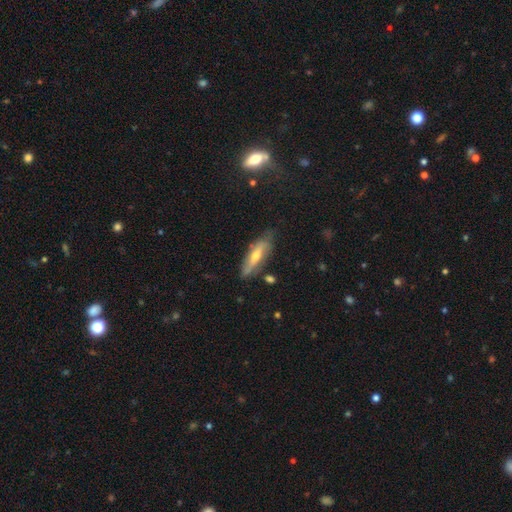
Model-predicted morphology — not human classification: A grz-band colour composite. It shows a featured or disk galaxy (56%) viewed edge-on (66%). Merging: none (71%).